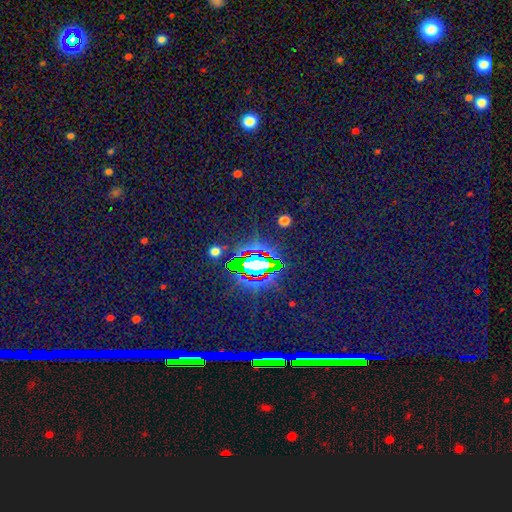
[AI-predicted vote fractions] smooth-or-featured: star or artifact: 80% | smooth: 11% | featured or disk: 9%